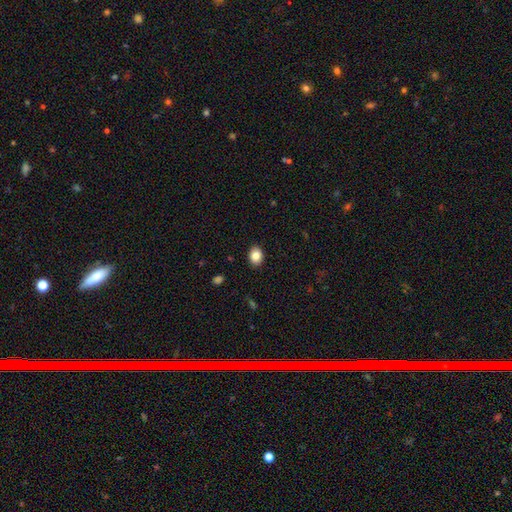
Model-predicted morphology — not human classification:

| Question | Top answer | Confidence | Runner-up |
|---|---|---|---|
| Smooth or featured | smooth | 85% | star or artifact (9%) |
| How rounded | in between | 63% | round (36%) |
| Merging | none | 89% | minor disturbance (8%) |